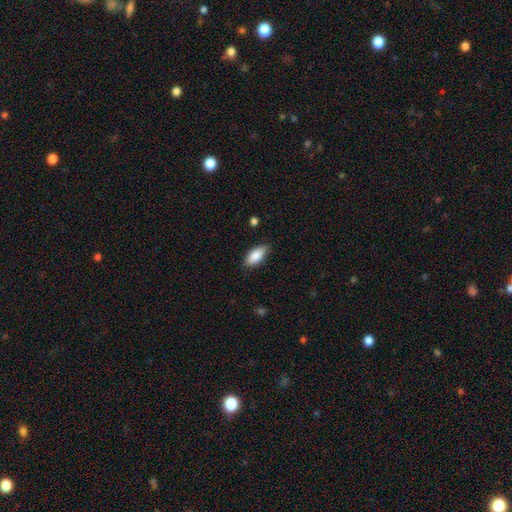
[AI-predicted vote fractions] smooth-or-featured: smooth: 86% | featured or disk: 8% | star or artifact: 6%
  how-rounded: in between: 86% | cigar-shaped: 12% | round: 2%
  merging: none: 82% | minor disturbance: 15% | major disturbance: 3% | merger: 1%